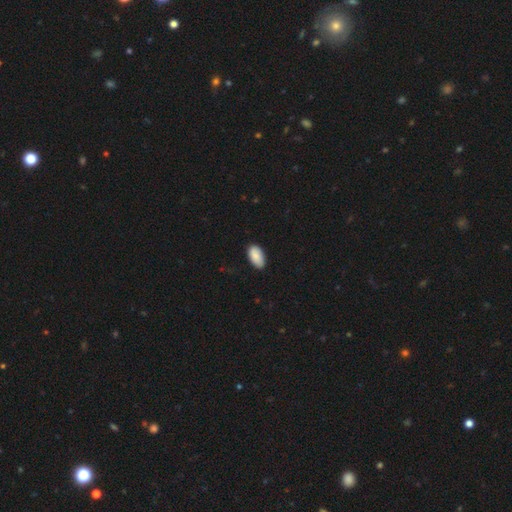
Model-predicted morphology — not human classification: Smooth or featured?
  - smooth: 89% *
  - star or artifact: 6%
  - featured or disk: 5%
How rounded?
  - in between: 96% *
  - round: 3%
  - cigar-shaped: 2%
Merging?
  - none: 85% *
  - minor disturbance: 12%
  - major disturbance: 2%
  - merger: 1%